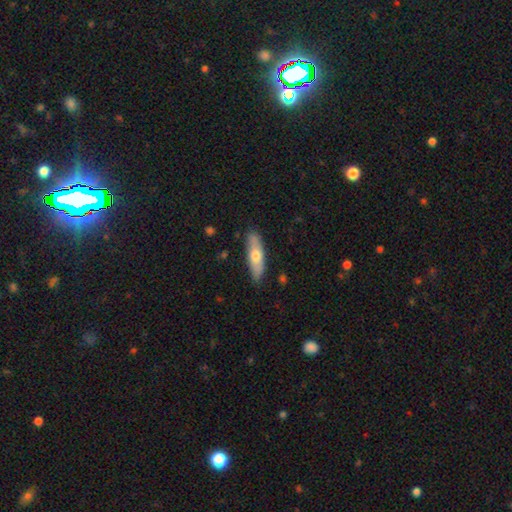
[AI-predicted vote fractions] Smooth or featured? smooth (59%)
How rounded? cigar-shaped (54%)
Merging? none (85%)